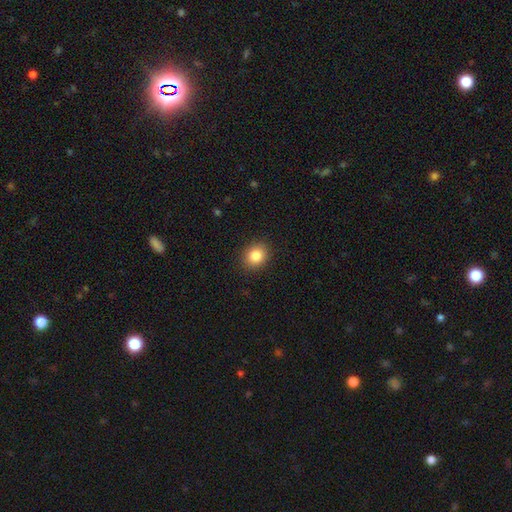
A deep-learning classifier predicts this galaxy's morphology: Overall: smooth (84%). How rounded: round (66%; in between 33%). Merging: none (90%).